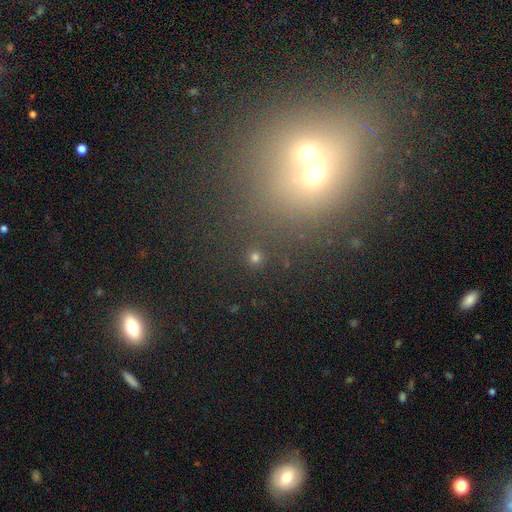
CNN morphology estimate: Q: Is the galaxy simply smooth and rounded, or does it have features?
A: smooth — 58%.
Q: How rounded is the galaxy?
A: round — 87%.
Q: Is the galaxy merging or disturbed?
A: none — 74%.